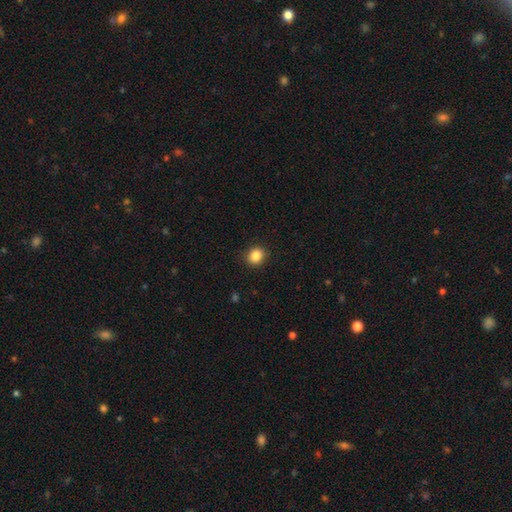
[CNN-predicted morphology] Smooth or featured: smooth — 86% (star or artifact — 10%)
How rounded: round — 74% (in between — 25%)
Merging: none — 90% (minor disturbance — 7%)